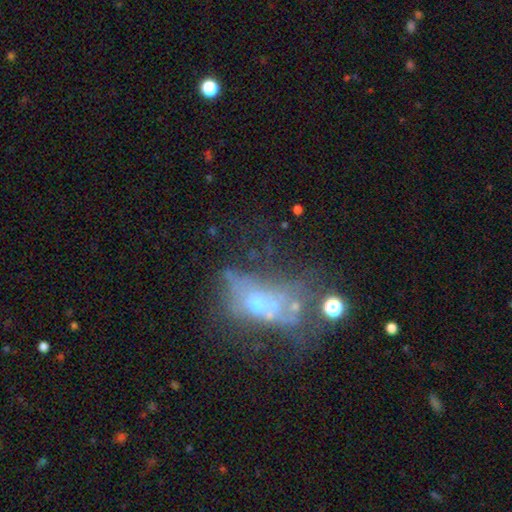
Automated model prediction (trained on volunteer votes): Smooth or featured: featured or disk — 50% (smooth — 26%)
Merging: major disturbance — 34% (none — 27%)